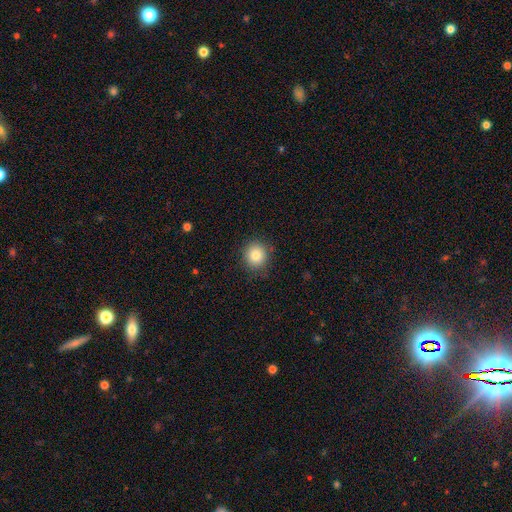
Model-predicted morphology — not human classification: Overall: smooth (83%). How rounded: round (90%). Merging: none (88%).